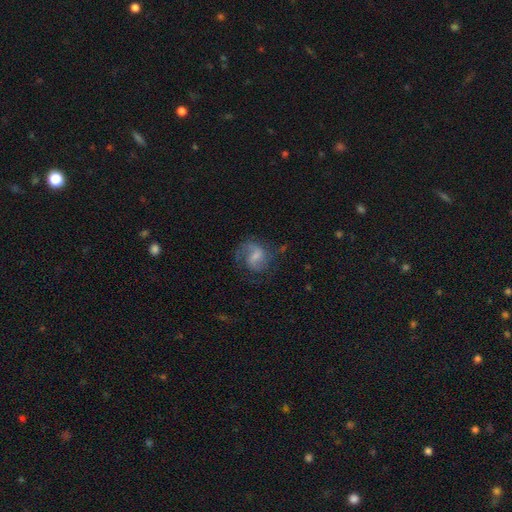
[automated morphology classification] type=featured or disk (73%); edge-on=no (98%); bar=weak (56%); spiral arms=yes (93%); winding=medium (50%); arm count=2 (68%); bulge=small (35%); merging=none (61%).